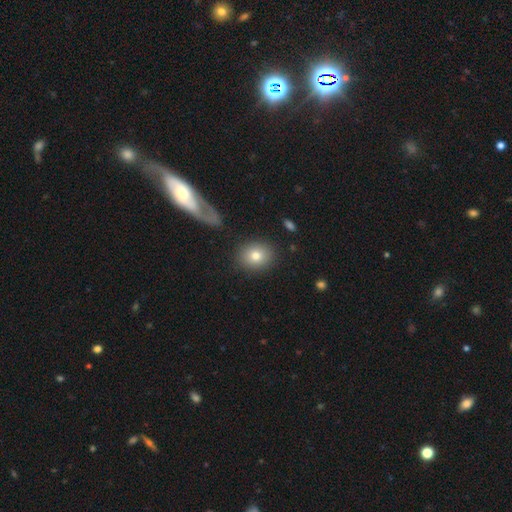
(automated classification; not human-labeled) smooth-or-featured: smooth: 77% | featured or disk: 13% | star or artifact: 10%
  how-rounded: round: 57% | in between: 41% | cigar-shaped: 1%
  merging: none: 87% | minor disturbance: 8% | major disturbance: 3% | merger: 2%